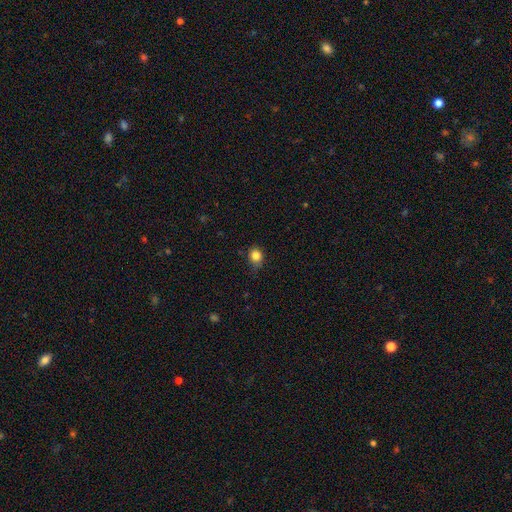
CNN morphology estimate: This appears to be a smooth galaxy with no disk features (83%) that is round (72%). Merging: none (69%).